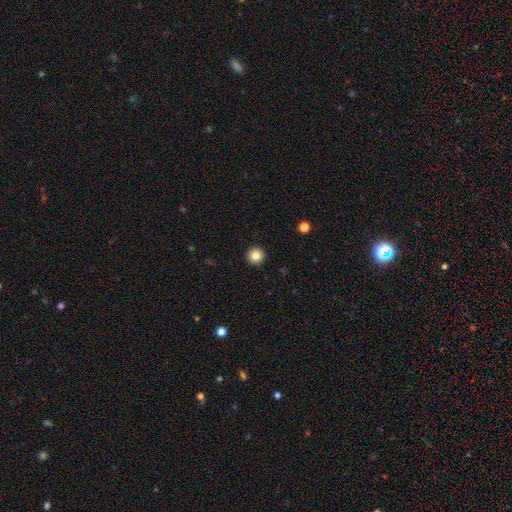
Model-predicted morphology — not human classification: Smooth or featured? smooth (83%)
How rounded? round (96%)
Merging? none (94%)